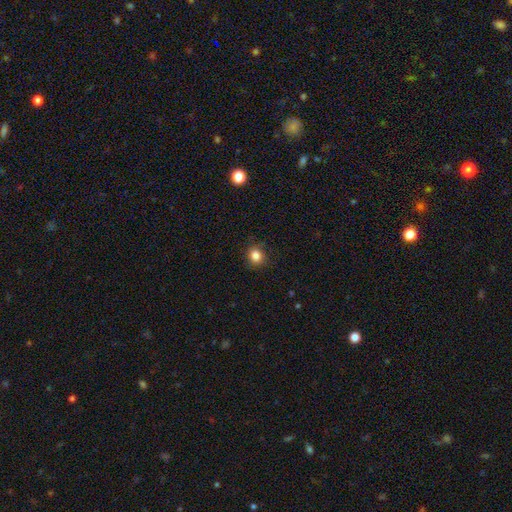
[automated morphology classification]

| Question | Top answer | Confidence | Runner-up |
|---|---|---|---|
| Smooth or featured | smooth | 84% | star or artifact (11%) |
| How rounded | round | 79% | in between (20%) |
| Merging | none | 84% | minor disturbance (12%) |